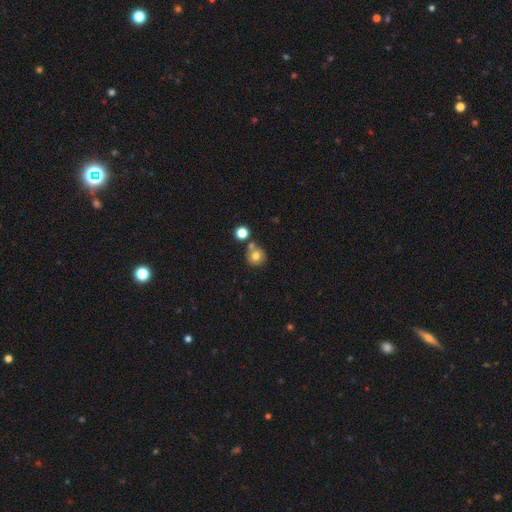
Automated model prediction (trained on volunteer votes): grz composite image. It shows a smooth galaxy with no disk features (76%) that is round (89%). Merging: none (62%).